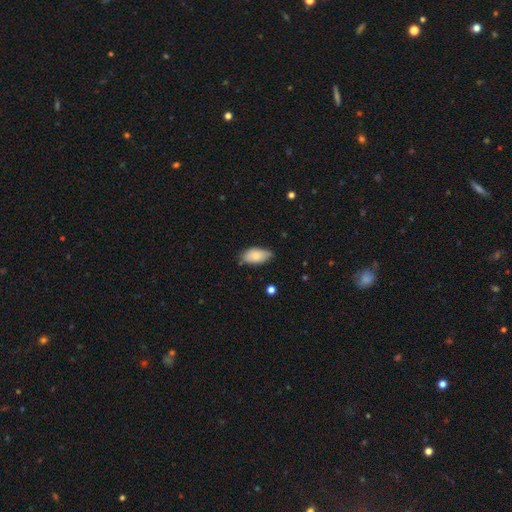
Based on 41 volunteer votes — Smooth or featured?
  - smooth: 85% *
  - featured or disk: 7%
  - star or artifact: 7%
How rounded?
  - in between: 97% *
  - round: 3%
  - cigar-shaped: 0%
Merging?
  - none: 63% *
  - minor disturbance: 32%
  - major disturbance: 3%
  - merger: 3%